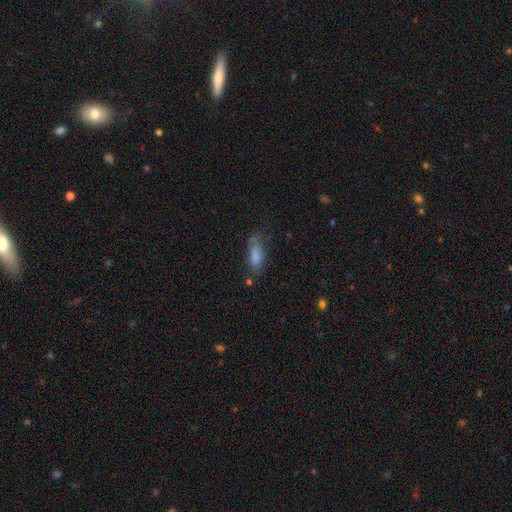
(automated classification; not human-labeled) Smooth or featured? smooth (79%)
How rounded? in between (75%)
Merging? none (52%)